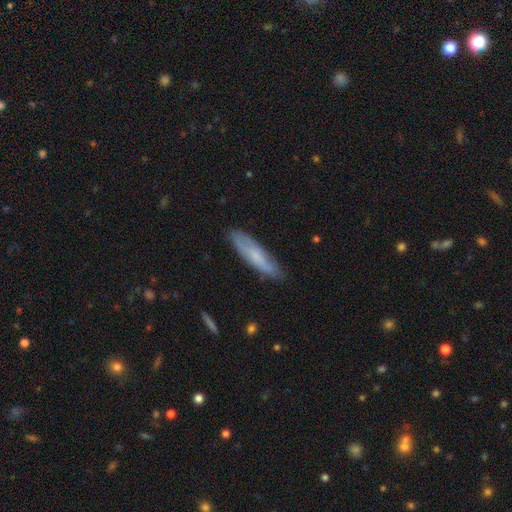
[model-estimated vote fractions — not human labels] Morphology: type=smooth (64%); roundness=cigar-shaped (74%); merging=none (81%).